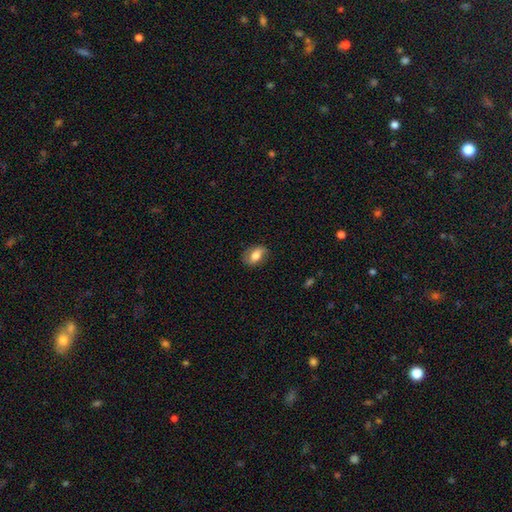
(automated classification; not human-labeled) Overall: smooth (62%; featured or disk 30%). How rounded: in between (82%). Merging: none (75%).